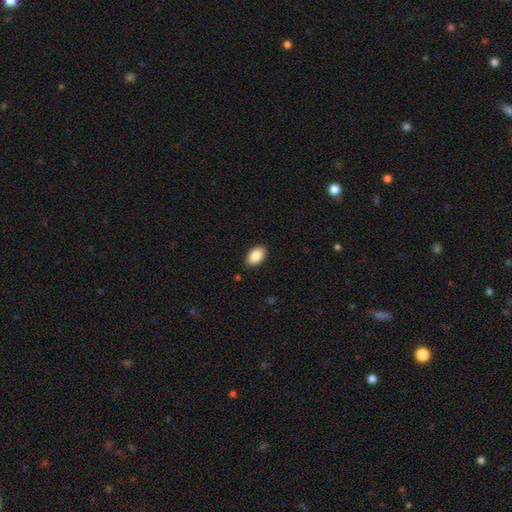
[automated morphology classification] Smooth or featured?
  - smooth: 86% *
  - featured or disk: 7%
  - star or artifact: 7%
How rounded?
  - in between: 93% *
  - round: 5%
  - cigar-shaped: 1%
Merging?
  - none: 89% *
  - minor disturbance: 8%
  - major disturbance: 2%
  - merger: 1%